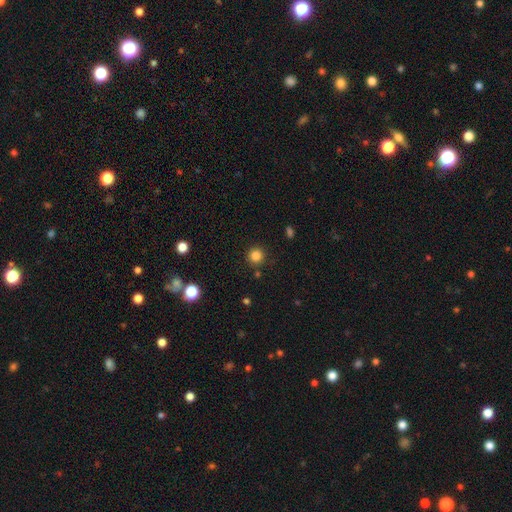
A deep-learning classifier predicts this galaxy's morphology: A smooth galaxy with no disk features (83%) that is round (94%). Merging: none (88%).